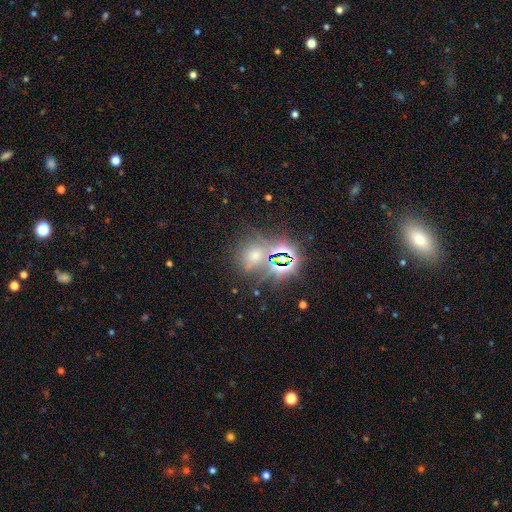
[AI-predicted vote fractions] smooth-or-featured: star or artifact: 52% | smooth: 37% | featured or disk: 11%